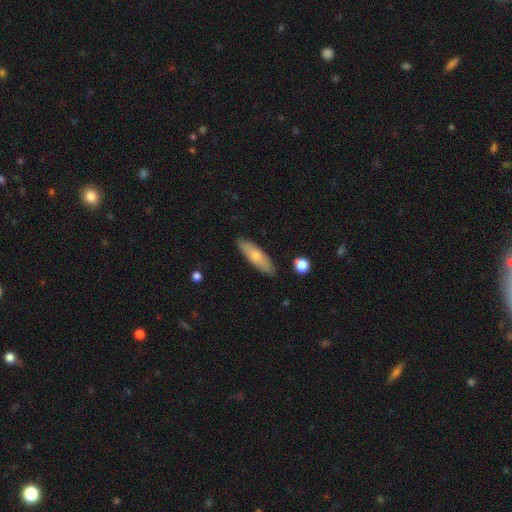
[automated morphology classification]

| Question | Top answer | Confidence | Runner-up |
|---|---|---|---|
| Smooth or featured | smooth | 68% | featured or disk (26%) |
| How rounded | in between | 49% | tied: cigar-shaped (49%) |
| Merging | none | 84% | minor disturbance (13%) |